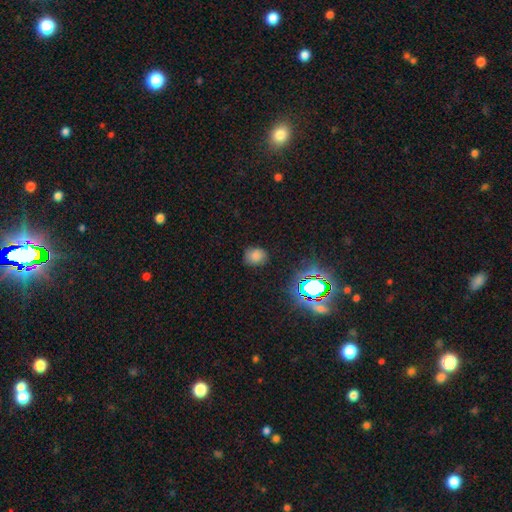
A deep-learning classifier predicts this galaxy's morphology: This is likely a smooth galaxy (74%). How rounded: likely round (62%). Merging: clearly none (80%).